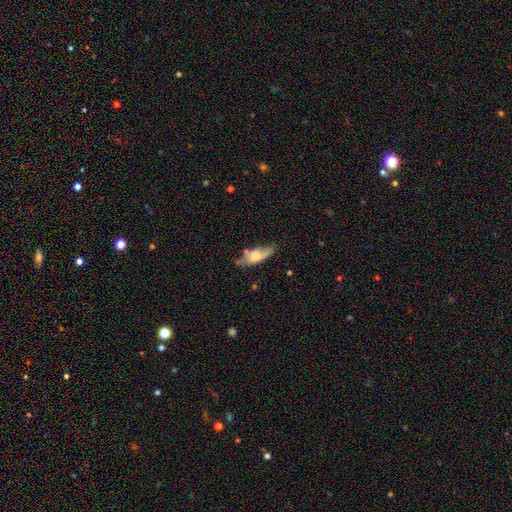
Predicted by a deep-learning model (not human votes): Q: Smooth or featured?
A: smooth (63%); runner-up: featured or disk (30%)
Q: How rounded?
A: in between (67%); runner-up: cigar-shaped (30%)
Q: Merging?
A: none (50%); runner-up: minor disturbance (31%)